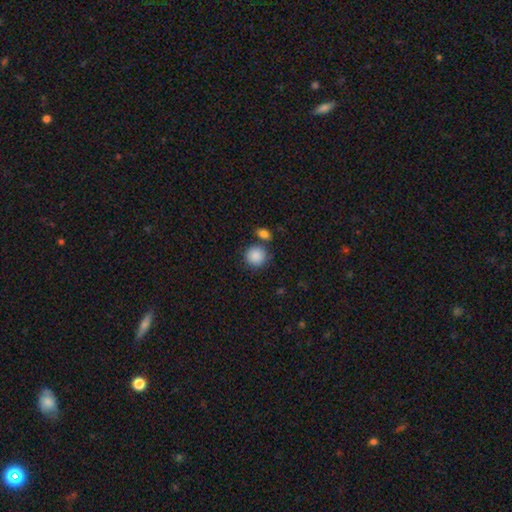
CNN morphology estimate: A smooth galaxy with no disk features (88%) that is round (90%).

Vote fractions:
- Smooth or featured? smooth: 88% / star or artifact: 8% / featured or disk: 4%
- How rounded? round: 90% / in between: 9% / cigar-shaped: 1%
- Merging? none: 72% / merger: 14% / minor disturbance: 11% / major disturbance: 4%